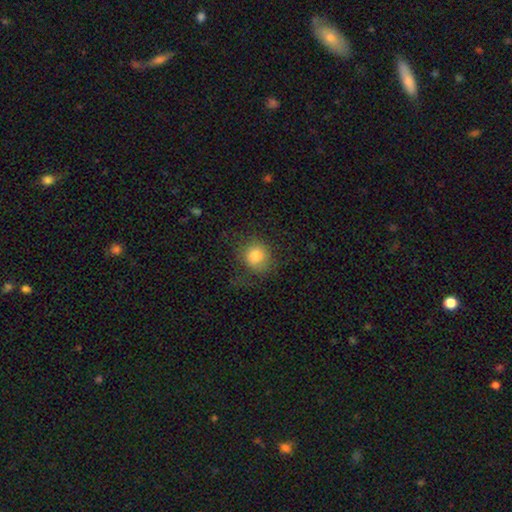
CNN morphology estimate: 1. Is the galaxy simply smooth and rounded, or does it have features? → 80% smooth, 11% star or artifact, 9% featured or disk.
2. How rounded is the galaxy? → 85% round, 14% in between, 1% cigar-shaped.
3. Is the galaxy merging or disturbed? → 72% none, 17% minor disturbance, 10% major disturbance, 1% merger.